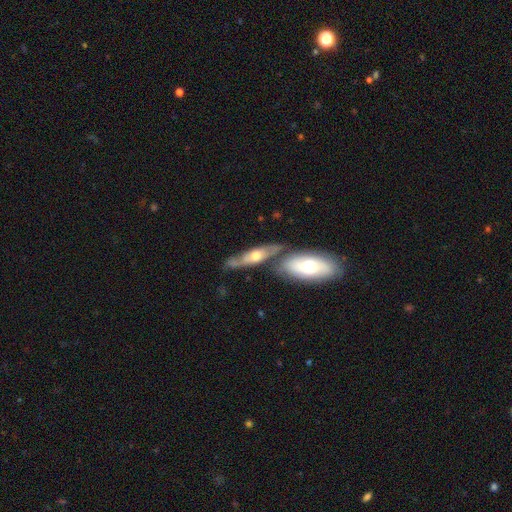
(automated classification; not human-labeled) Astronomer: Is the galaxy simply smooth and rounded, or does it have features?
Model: featured or disk — 56% (runner-up: smooth, 38%).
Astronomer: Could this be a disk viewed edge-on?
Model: yes — 52% (runner-up: no, 48%).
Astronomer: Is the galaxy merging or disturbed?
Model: none — 48% (runner-up: merger, 29%).